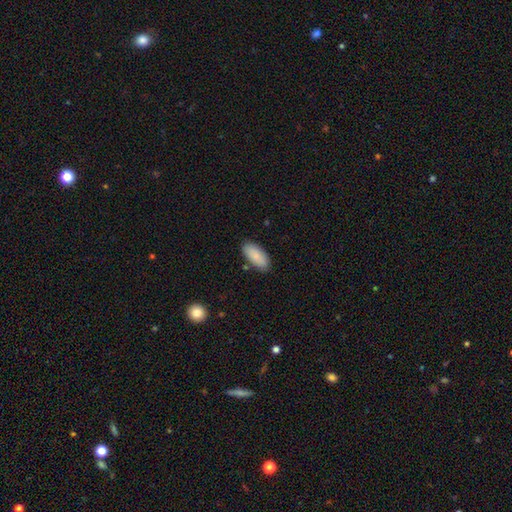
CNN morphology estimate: smooth_or_featured: smooth (p=0.88) [alt: featured or disk p=0.07]
how_rounded: in between (p=0.89) [alt: cigar-shaped p=0.09]
merging: none (p=0.84) [alt: minor disturbance p=0.11]